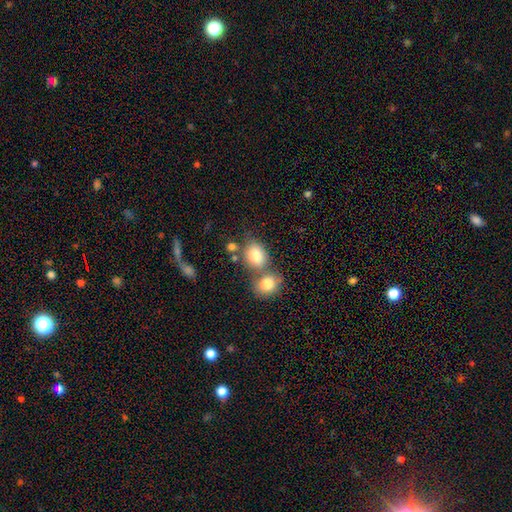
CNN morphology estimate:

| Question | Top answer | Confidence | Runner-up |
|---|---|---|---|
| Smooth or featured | smooth | 80% | featured or disk (10%) |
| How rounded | in between | 53% | round (46%) |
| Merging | none | 44% | merger (40%) |